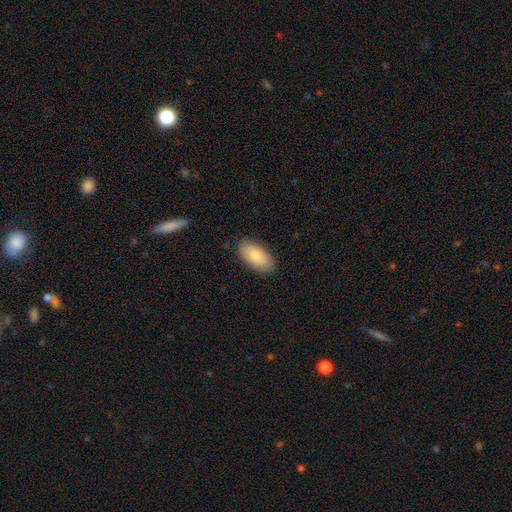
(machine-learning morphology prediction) Smooth or featured? smooth (83%)
How rounded? in between (94%)
Merging? none (87%)